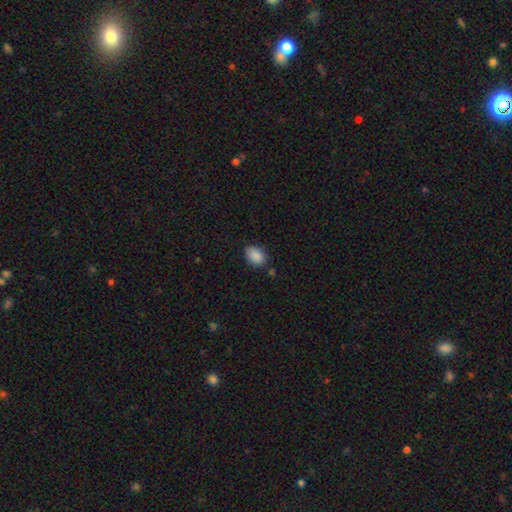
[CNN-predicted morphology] Smooth or featured? smooth (89%)
How rounded? in between (80%)
Merging? none (80%)